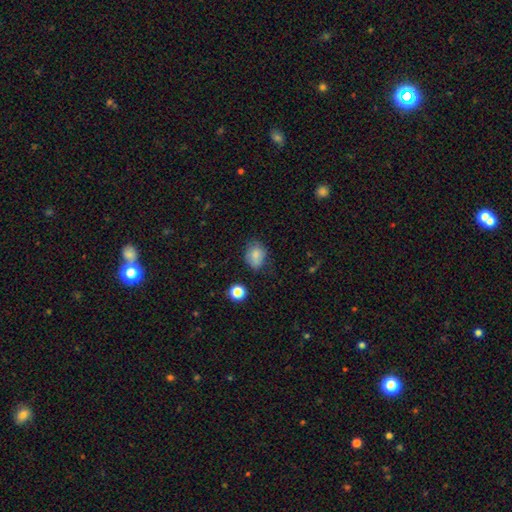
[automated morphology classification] A smooth galaxy with no disk features (81%) that is in between round and cigar-shaped (65%).

Vote fractions:
- Smooth or featured? smooth: 81% / star or artifact: 10% / featured or disk: 8%
- How rounded? in between: 65% / round: 34% / cigar-shaped: 1%
- Merging? none: 63% / minor disturbance: 27% / major disturbance: 7% / merger: 3%